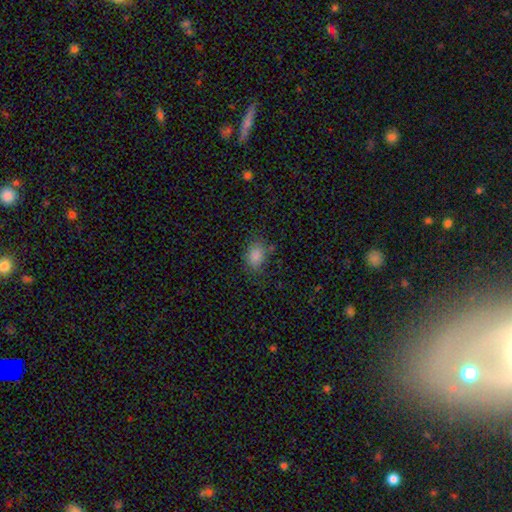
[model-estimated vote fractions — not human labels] Smooth or featured?
  - smooth: 83% *
  - star or artifact: 11%
  - featured or disk: 6%
How rounded?
  - in between: 70% *
  - round: 29%
  - cigar-shaped: 1%
Merging?
  - none: 68% *
  - minor disturbance: 21%
  - major disturbance: 8%
  - merger: 3%